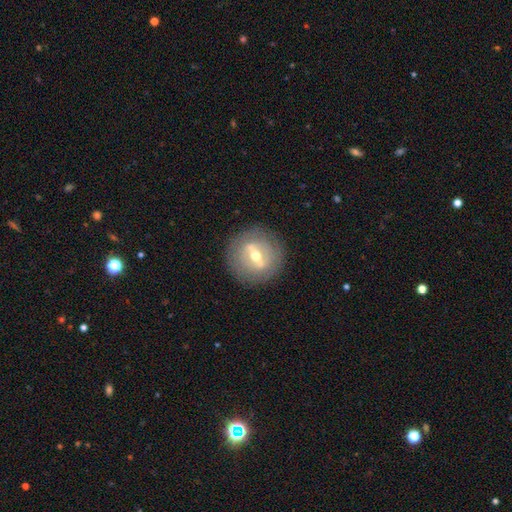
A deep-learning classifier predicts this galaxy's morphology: Smooth or featured? featured or disk (71%)
Edge-on disk? no (78%)
Bar? strong (58%)
Spiral arms? no (71%)
Bulge size? moderate (67%)
Merging? none (85%)